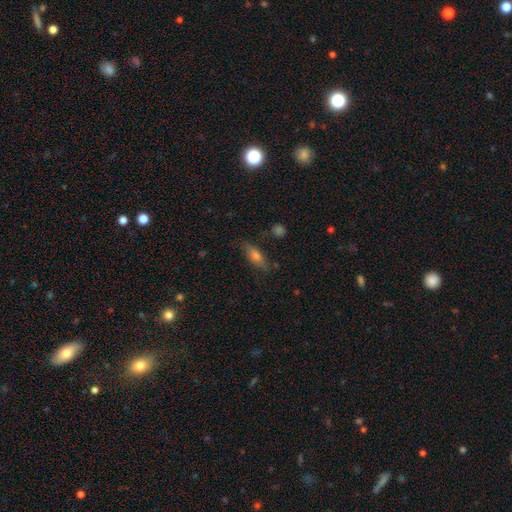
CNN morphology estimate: Smooth or featured: smooth — 50% (featured or disk — 37%)
Merging: none — 80% (minor disturbance — 14%)